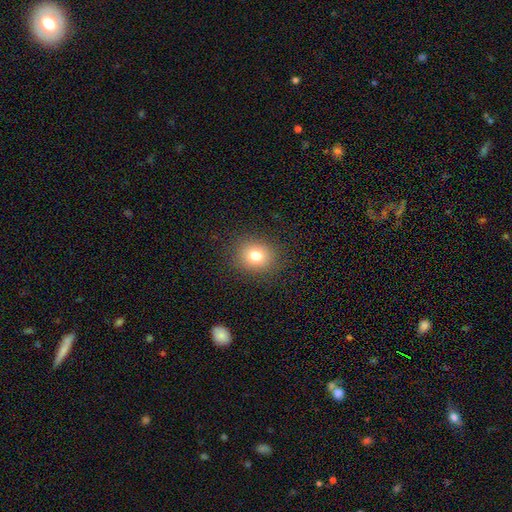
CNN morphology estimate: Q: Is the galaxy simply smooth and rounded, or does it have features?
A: smooth — 77%.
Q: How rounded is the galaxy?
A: round — 73%.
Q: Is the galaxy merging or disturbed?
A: none — 88%.